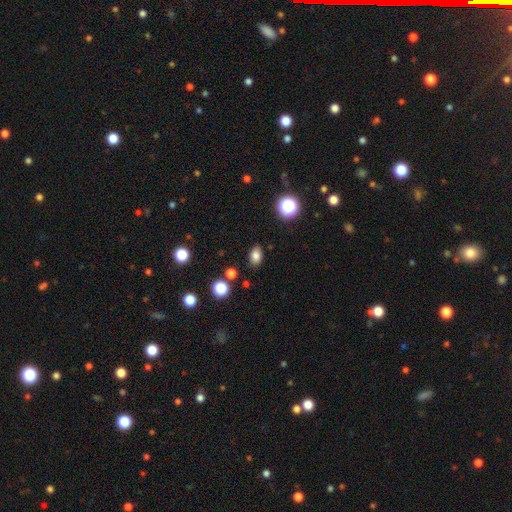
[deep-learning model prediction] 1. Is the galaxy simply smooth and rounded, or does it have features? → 81% smooth, 13% star or artifact, 7% featured or disk.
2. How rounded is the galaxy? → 82% in between, 17% round, 2% cigar-shaped.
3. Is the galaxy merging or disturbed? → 86% none, 10% minor disturbance, 2% major disturbance, 2% merger.